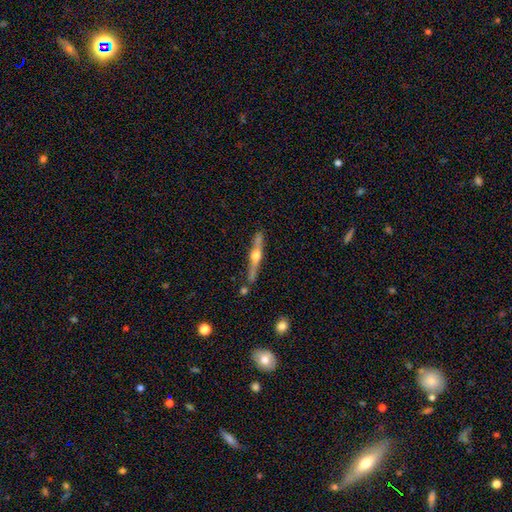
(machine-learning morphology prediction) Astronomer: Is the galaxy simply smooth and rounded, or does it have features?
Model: featured or disk — 74%.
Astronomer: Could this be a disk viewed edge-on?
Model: yes — 97%.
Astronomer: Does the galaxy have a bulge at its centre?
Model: rounded — 95%.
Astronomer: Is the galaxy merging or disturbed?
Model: none — 77%.